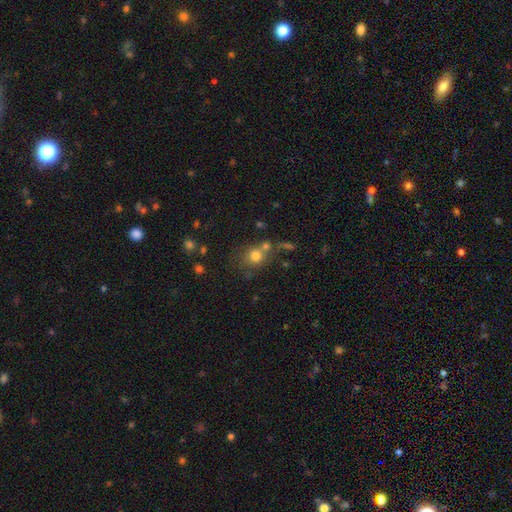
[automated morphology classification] Q: Smooth or featured?
A: smooth (75%); runner-up: star or artifact (14%)
Q: How rounded?
A: round (81%); runner-up: in between (18%)
Q: Merging?
A: none (55%); runner-up: merger (29%)